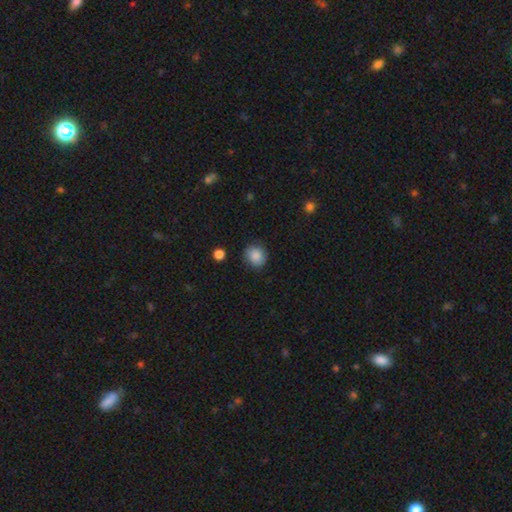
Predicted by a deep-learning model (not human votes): The model was most divided on "how rounded": round: 82%, in between: 17%, cigar-shaped: 1%. More confident: smooth or featured — smooth (87%); merging — none (86%).